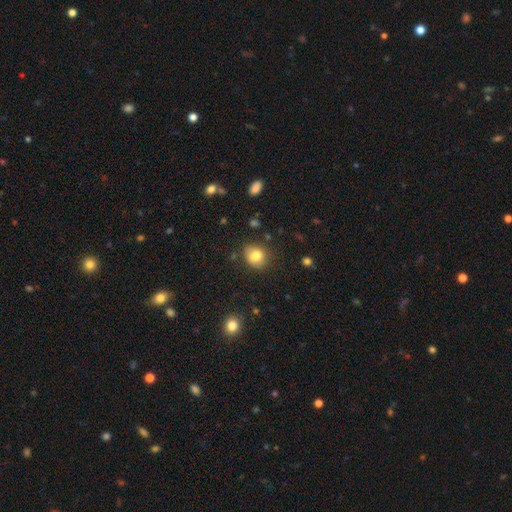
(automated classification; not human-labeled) Smooth or featured?
  - smooth: 79% *
  - star or artifact: 11%
  - featured or disk: 10%
How rounded?
  - round: 59% *
  - in between: 40%
  - cigar-shaped: 1%
Merging?
  - none: 67% *
  - minor disturbance: 20%
  - merger: 7%
  - major disturbance: 6%